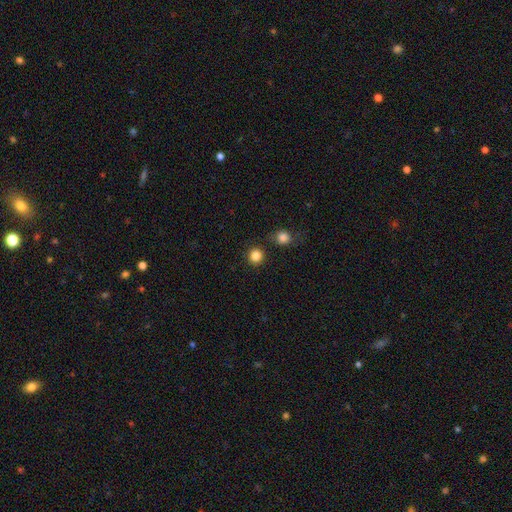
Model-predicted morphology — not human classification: A smooth galaxy with no disk features (84%) that is round (92%). Merging: none (84%).